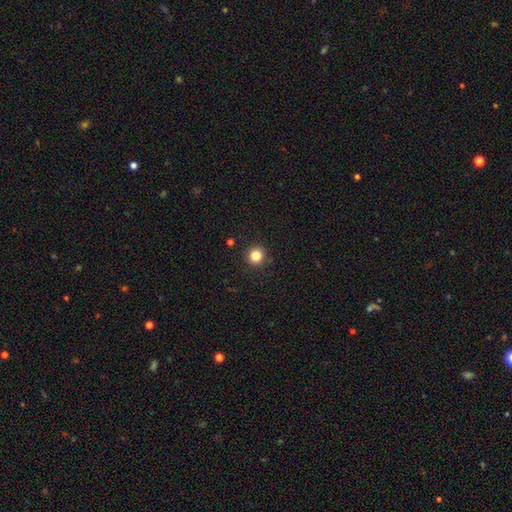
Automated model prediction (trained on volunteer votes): Overall: smooth (83%). How rounded: round (94%). Merging: none (92%).